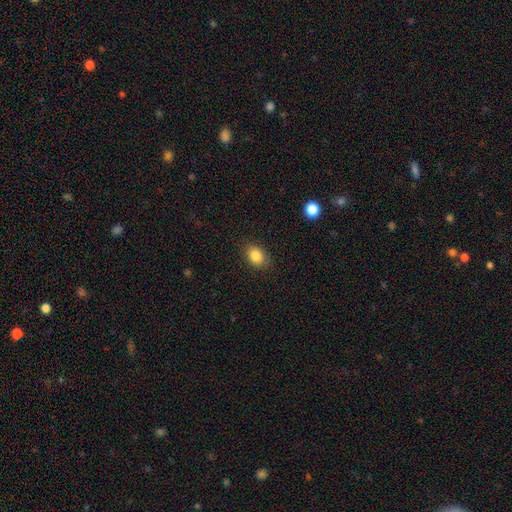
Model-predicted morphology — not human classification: A smooth galaxy with no disk features (85%) that is in between round and cigar-shaped (69%).

Vote fractions:
- Smooth or featured? smooth: 85% / star or artifact: 9% / featured or disk: 6%
- How rounded? in between: 69% / round: 30% / cigar-shaped: 1%
- Merging? none: 83% / minor disturbance: 13% / major disturbance: 3% / merger: 1%